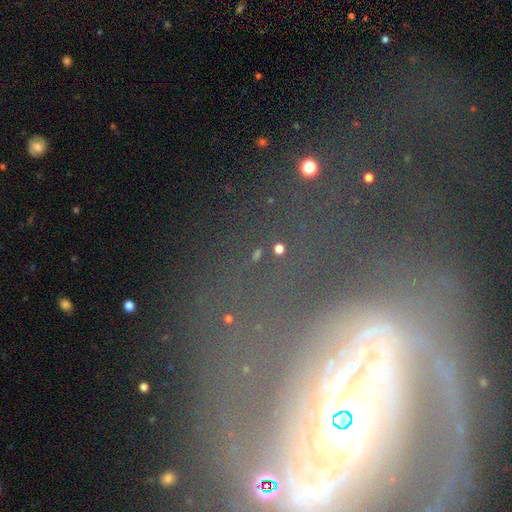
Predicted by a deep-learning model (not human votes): This is possibly a star or artifact rather than a galaxy (51%).